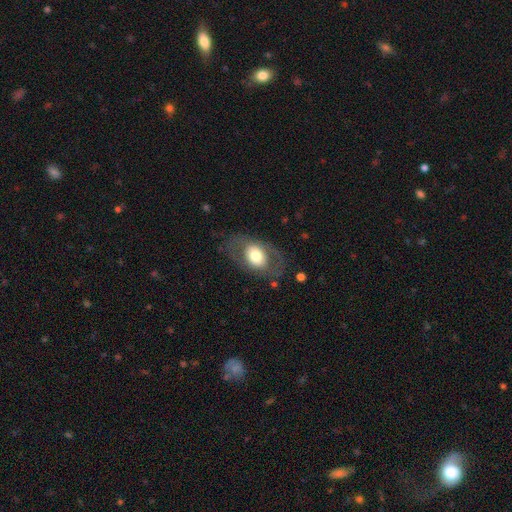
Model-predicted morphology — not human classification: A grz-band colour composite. It shows a smooth galaxy with no disk features (53%) that is in between round and cigar-shaped (76%). Merging: none (72%).